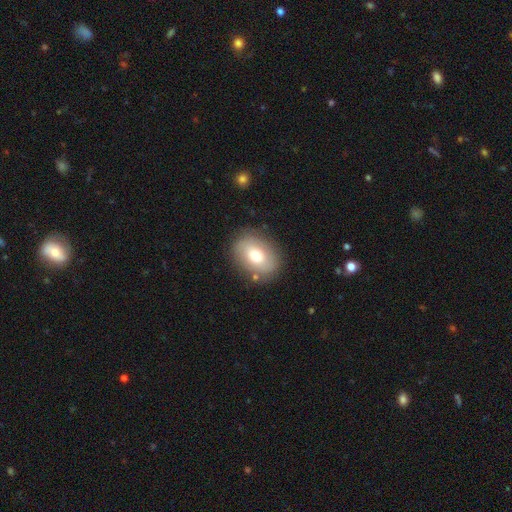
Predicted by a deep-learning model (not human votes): Overall: smooth (67%). How rounded: in between (69%; round 30%). Merging: none (81%).